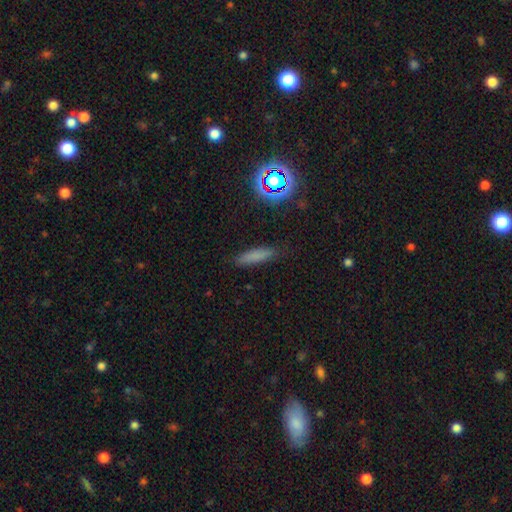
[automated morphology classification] This appears to be a smooth galaxy with no disk features (75%) that is cigar-shaped (76%). Merging: none (84%).